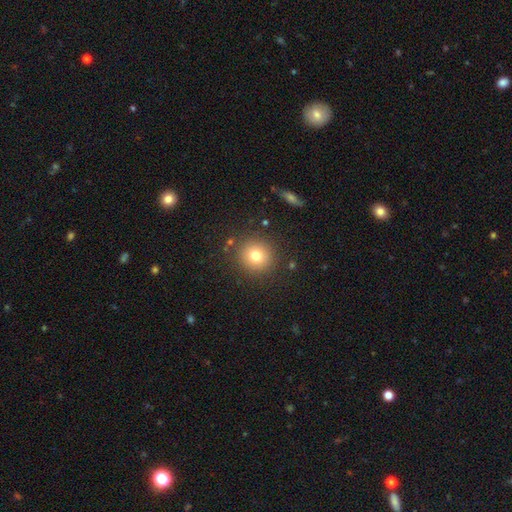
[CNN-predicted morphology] Smooth or featured?
  - smooth: 77% *
  - star or artifact: 13%
  - featured or disk: 10%
How rounded?
  - round: 92% *
  - in between: 7%
  - cigar-shaped: 1%
Merging?
  - none: 88% *
  - minor disturbance: 7%
  - major disturbance: 3%
  - merger: 2%